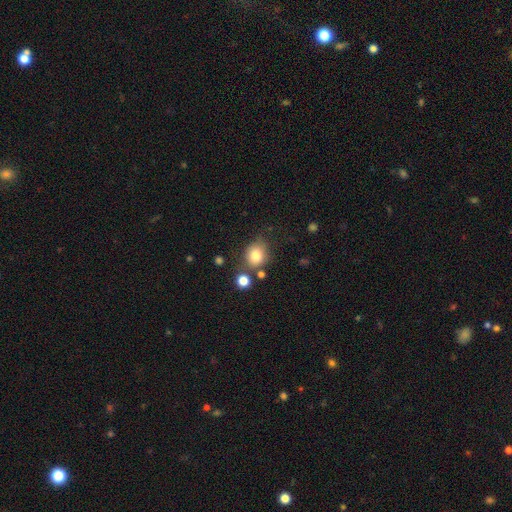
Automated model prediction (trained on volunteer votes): This appears to be a smooth galaxy with no disk features (80%) that is round (66%). Merging: none (67%).